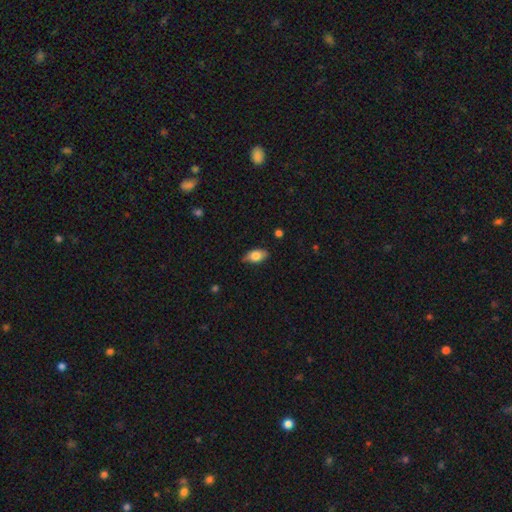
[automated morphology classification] Smooth or featured?
  - smooth: 78% *
  - featured or disk: 15%
  - star or artifact: 7%
How rounded?
  - in between: 90% *
  - round: 6%
  - cigar-shaped: 4%
Merging?
  - none: 79% *
  - minor disturbance: 17%
  - major disturbance: 3%
  - merger: 1%